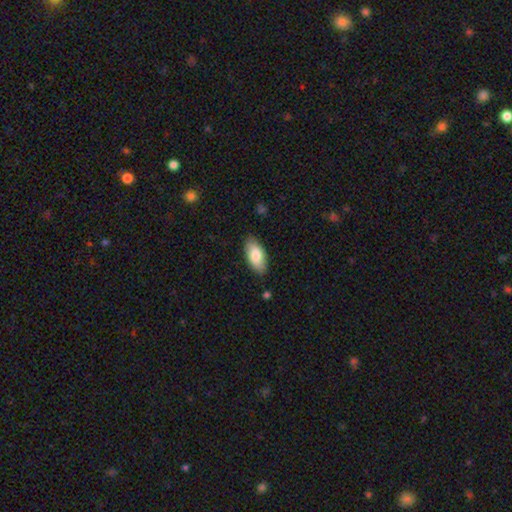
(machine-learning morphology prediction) A smooth galaxy with no disk features (80%) that is in between round and cigar-shaped (92%).

Vote fractions:
- Smooth or featured? smooth: 80% / featured or disk: 14% / star or artifact: 6%
- How rounded? in between: 92% / cigar-shaped: 6% / round: 2%
- Merging? none: 86% / minor disturbance: 11% / major disturbance: 2% / merger: 1%